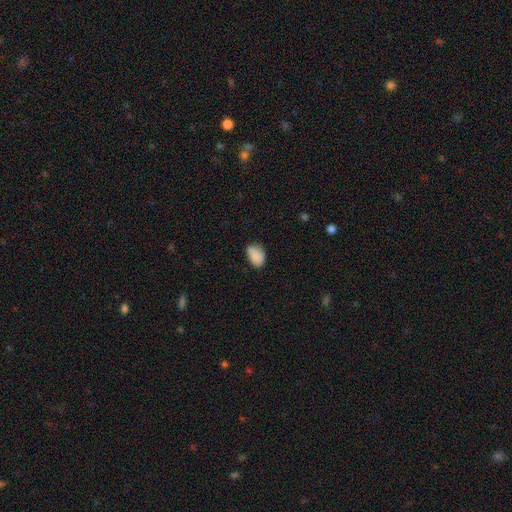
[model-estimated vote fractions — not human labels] smooth_or_featured: smooth (p=0.86) [alt: star or artifact p=0.08]
how_rounded: in between (p=0.86) [alt: round p=0.12]
merging: none (p=0.68) [alt: minor disturbance p=0.26]